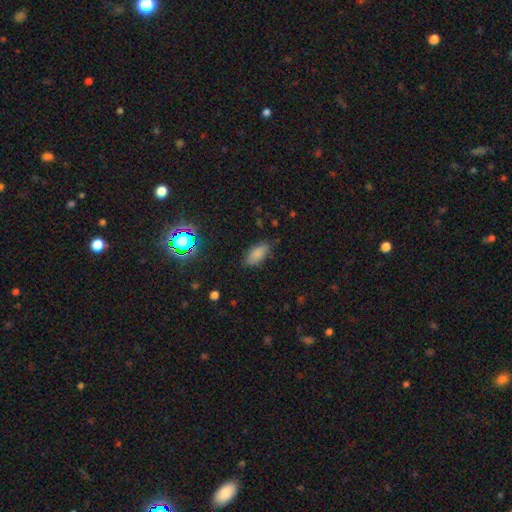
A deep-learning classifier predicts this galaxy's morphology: smooth-or-featured: smooth: 76% | star or artifact: 17% | featured or disk: 7%
  how-rounded: in between: 87% | cigar-shaped: 9% | round: 4%
  merging: none: 82% | minor disturbance: 13% | major disturbance: 3% | merger: 1%